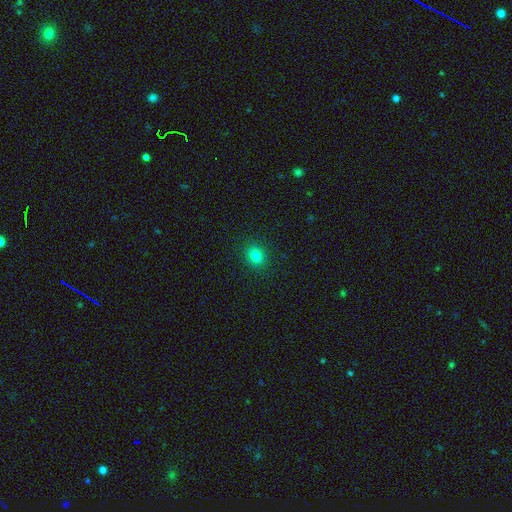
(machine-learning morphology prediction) smooth-or-featured: smooth: 81% | star or artifact: 13% | featured or disk: 6%
  how-rounded: round: 73% | in between: 26% | cigar-shaped: 1%
  merging: none: 91% | minor disturbance: 6% | major disturbance: 2% | merger: 1%